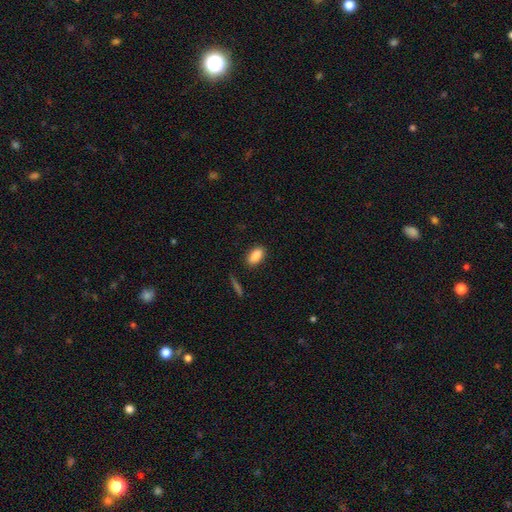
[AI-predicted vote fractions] Smooth or featured? Predicted: smooth (p=0.87). How rounded? Predicted: in between (p=0.90). Merging? Predicted: none (p=0.87).